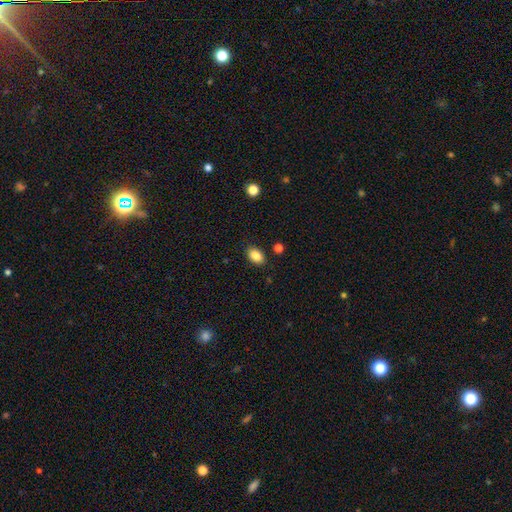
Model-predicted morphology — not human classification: smooth 86%, star or artifact 9%, featured or disk 5%. Down the decision tree: how rounded — in between (86%); merging — none (86%).